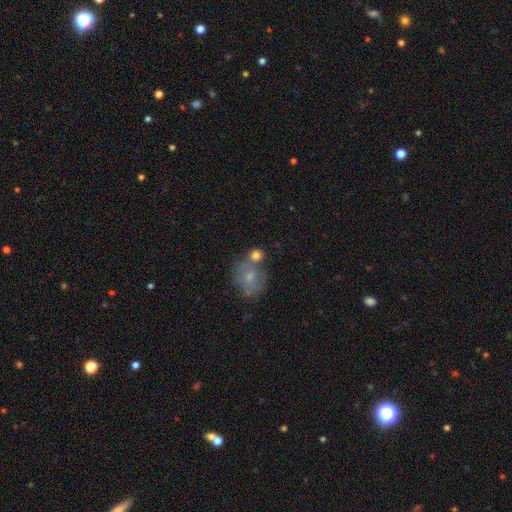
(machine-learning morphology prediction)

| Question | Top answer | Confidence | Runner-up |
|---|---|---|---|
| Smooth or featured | smooth | 76% | featured or disk (15%) |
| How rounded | round | 76% | in between (23%) |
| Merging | none | 47% | merger (35%) |